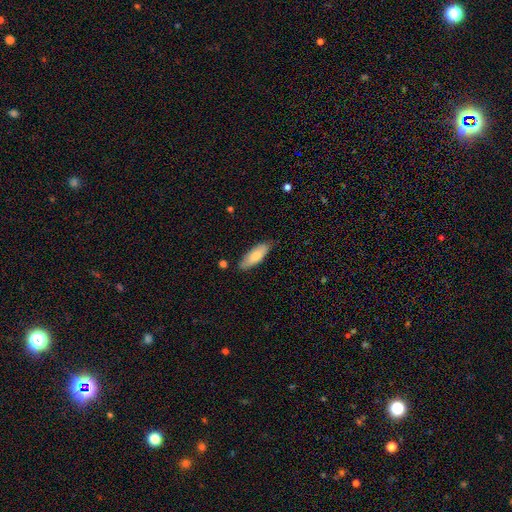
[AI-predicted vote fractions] Overall: smooth (78%). How rounded: in between (67%; cigar-shaped 31%). Merging: none (80%).